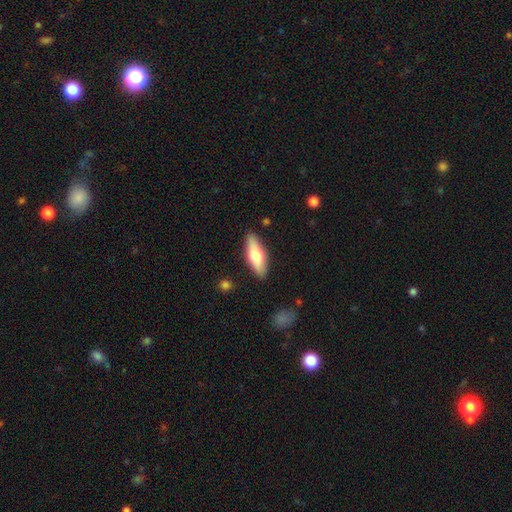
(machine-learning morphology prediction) Q: Smooth or featured?
A: smooth (61%); runner-up: featured or disk (34%)
Q: How rounded?
A: in between (57%); runner-up: cigar-shaped (40%)
Q: Merging?
A: none (87%); runner-up: minor disturbance (10%)